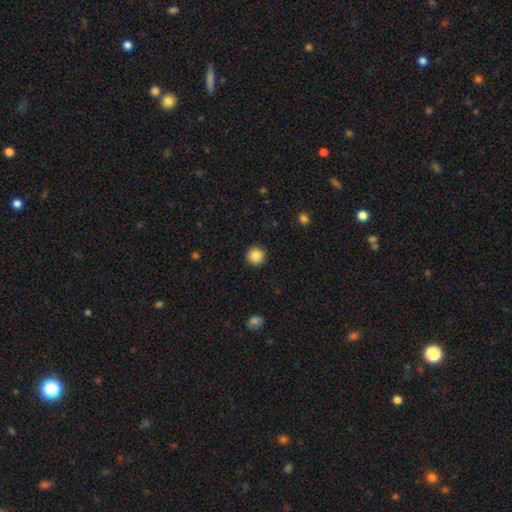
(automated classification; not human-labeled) smooth 87%, star or artifact 9%, featured or disk 4%. Down the decision tree: how rounded — round (95%); merging — none (92%).